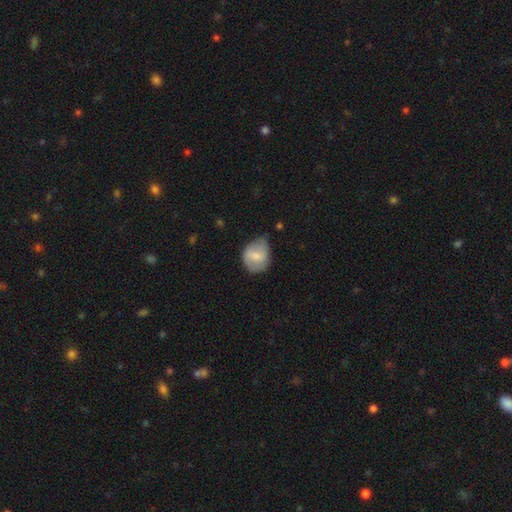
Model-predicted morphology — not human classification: Smooth or featured: smooth — 66% (featured or disk — 28%)
How rounded: round — 57% (in between — 41%)
Merging: none — 48% (minor disturbance — 40%)